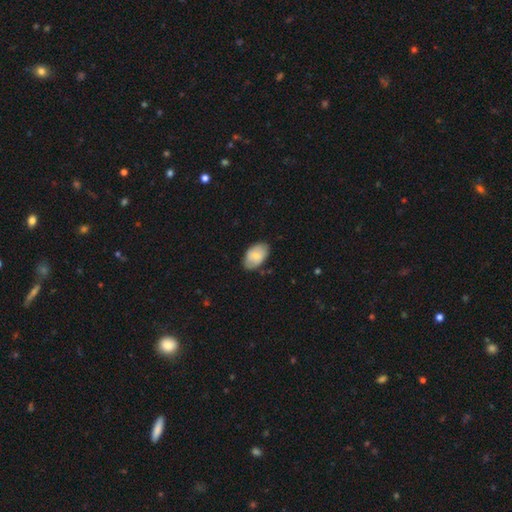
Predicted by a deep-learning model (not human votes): The model was most divided on "merging": none: 74%, minor disturbance: 21%, major disturbance: 3%, merger: 1%. More confident: how rounded — in between (92%); smooth or featured — smooth (74%).